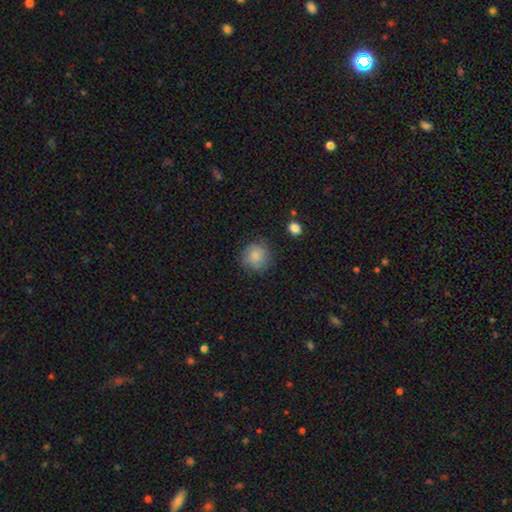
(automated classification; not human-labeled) A smooth galaxy with no disk features (81%) that is round (89%).

Vote fractions:
- Smooth or featured? smooth: 81% / featured or disk: 10% / star or artifact: 8%
- How rounded? round: 89% / in between: 10% / cigar-shaped: 1%
- Merging? none: 75% / minor disturbance: 17% / major disturbance: 5% / merger: 2%